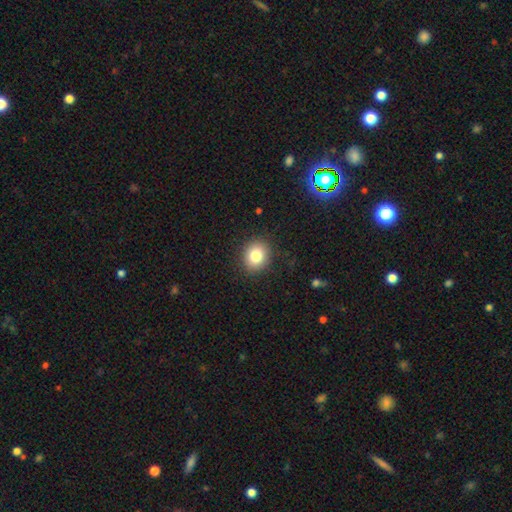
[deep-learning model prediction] This is clearly a smooth galaxy (82%). How rounded: likely round (70%). Merging: clearly none (89%).